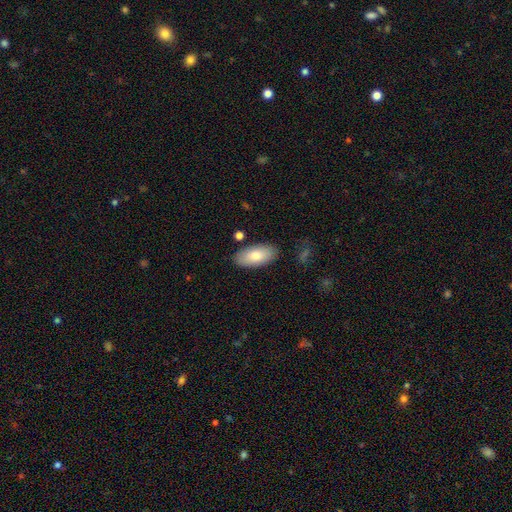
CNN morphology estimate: A smooth galaxy with no disk features (79%) that is in between round and cigar-shaped (93%). Merging: none (85%).